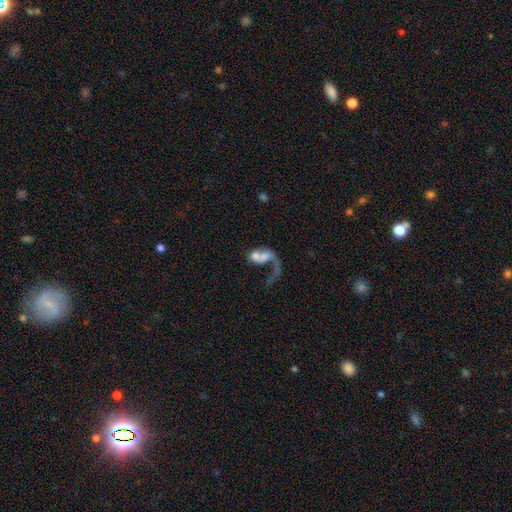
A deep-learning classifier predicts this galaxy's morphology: smooth_or_featured: featured or disk (p=0.55) [alt: smooth p=0.34]
disk_edge_on: no (p=0.95) [alt: yes p=0.05]
bar: no (p=0.74) [alt: weak p=0.20]
has_spiral_arms: yes (p=0.61) [alt: no p=0.39]
bulge_size: moderate (p=0.30) [alt: small p=0.28]
merging: merger (p=0.46) [alt: major disturbance p=0.30]